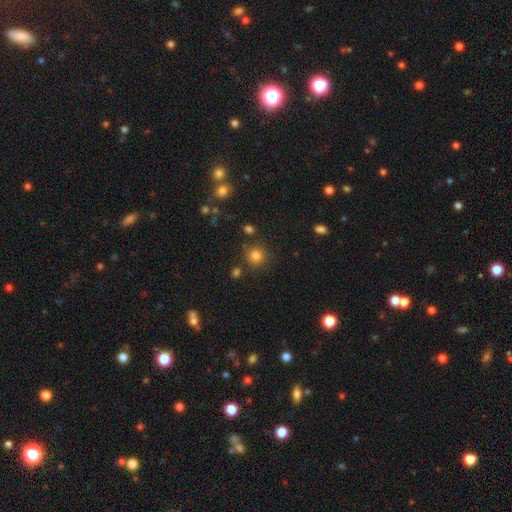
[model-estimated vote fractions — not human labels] Morphology: type=smooth (80%); roundness=round (92%); merging=none (83%).